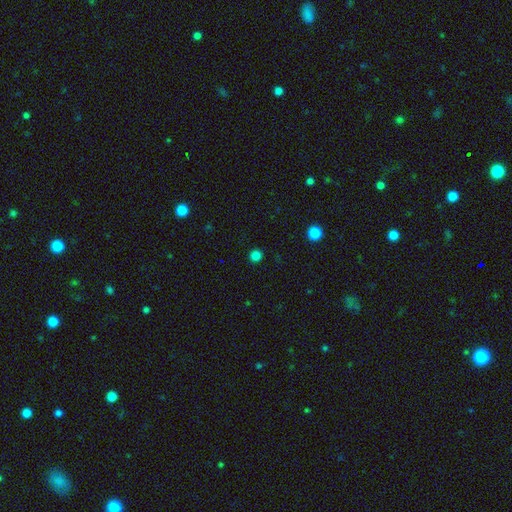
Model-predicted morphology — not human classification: smooth_or_featured: smooth (p=0.82) [alt: star or artifact p=0.15]
how_rounded: round (p=0.93) [alt: in between p=0.06]
merging: none (p=0.92) [alt: minor disturbance p=0.05]